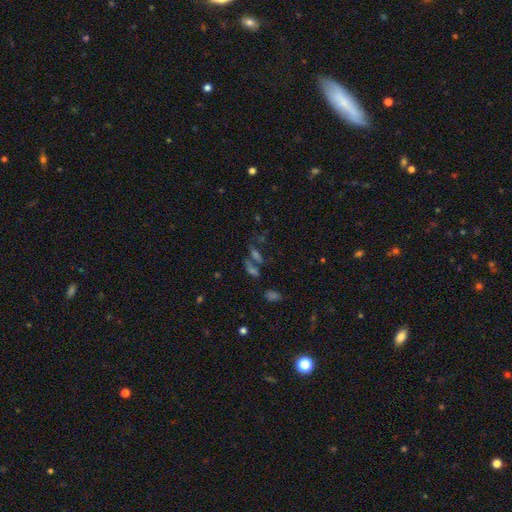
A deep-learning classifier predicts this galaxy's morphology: Overall: star or artifact (40%; smooth 32%).